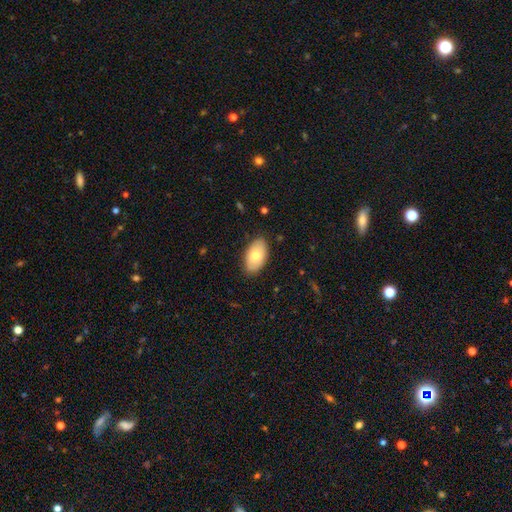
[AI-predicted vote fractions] smooth 78%, featured or disk 16%, star or artifact 6%. Down the decision tree: how rounded — in between (95%); merging — none (84%).